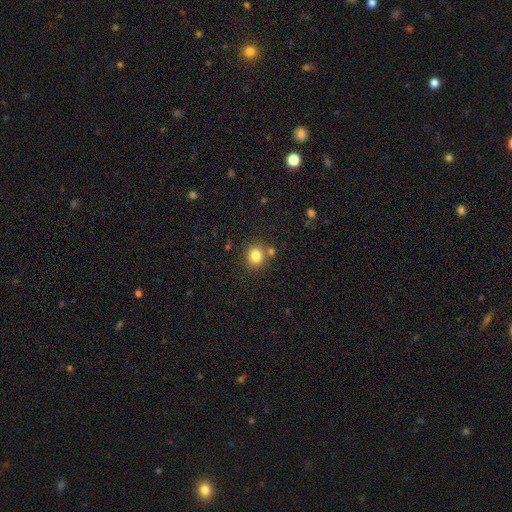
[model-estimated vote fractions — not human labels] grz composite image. It shows a smooth galaxy with no disk features (82%) that is round (79%). Merging: none (75%).